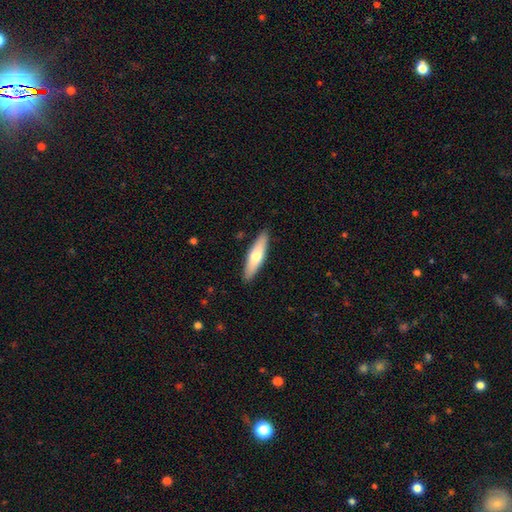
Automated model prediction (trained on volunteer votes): Smooth or featured? smooth (63%)
How rounded? cigar-shaped (67%)
Merging? none (90%)